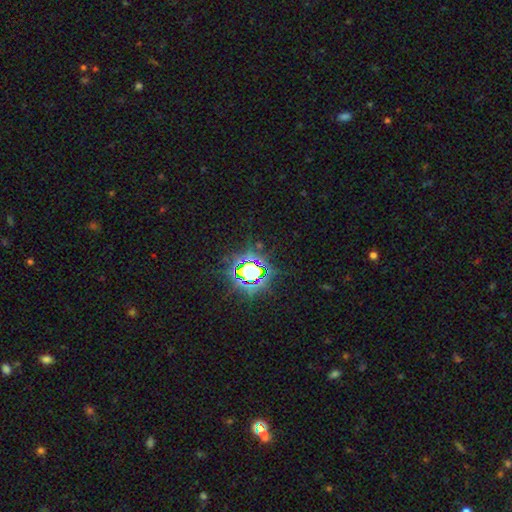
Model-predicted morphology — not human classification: A star or artifact, not a galaxy (79%).

Vote fractions:
- Smooth or featured? star or artifact: 79% / smooth: 13% / featured or disk: 8%